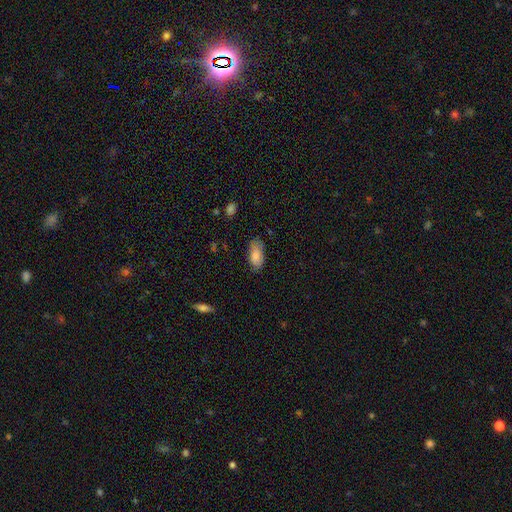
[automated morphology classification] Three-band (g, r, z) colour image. It shows a smooth galaxy with no disk features (84%) that is in between round and cigar-shaped (90%). Merging: none (69%).